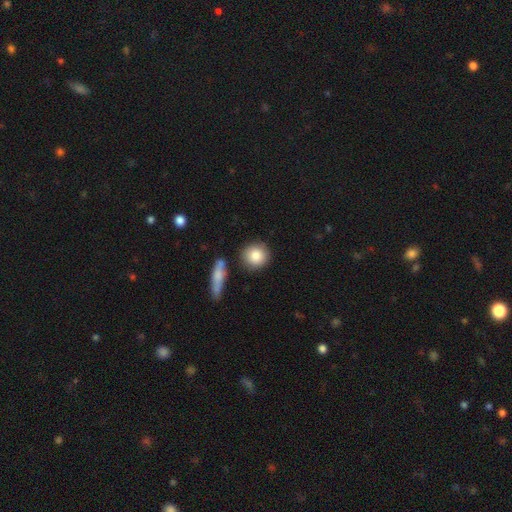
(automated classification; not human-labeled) A smooth galaxy with no disk features (84%) that is round (89%).

Vote fractions:
- Smooth or featured? smooth: 84% / featured or disk: 9% / star or artifact: 7%
- How rounded? round: 89% / in between: 9% / cigar-shaped: 2%
- Merging? none: 83% / minor disturbance: 9% / merger: 6% / major disturbance: 2%